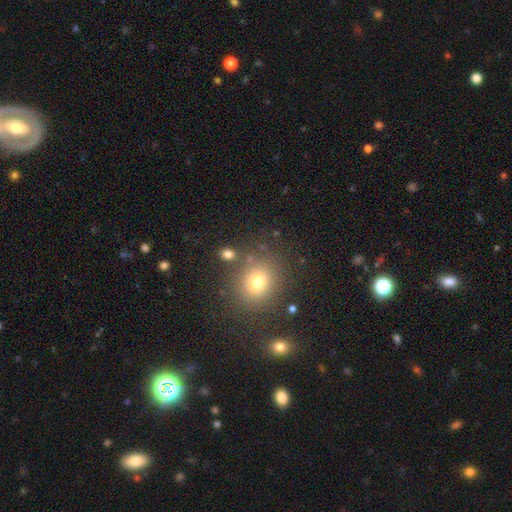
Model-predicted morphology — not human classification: smooth 62%, star or artifact 29%, featured or disk 9%. Down the decision tree: how rounded — round (80%); merging — none (83%).